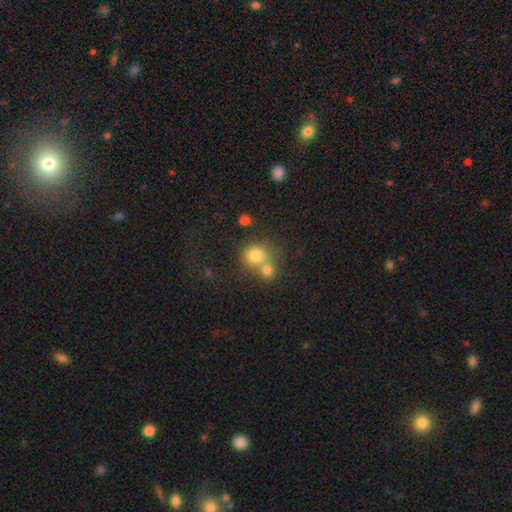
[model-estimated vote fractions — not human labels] Q: Smooth or featured?
A: smooth (77%); runner-up: star or artifact (13%)
Q: How rounded?
A: round (80%); runner-up: in between (19%)
Q: Merging?
A: merger (52%); runner-up: none (36%)